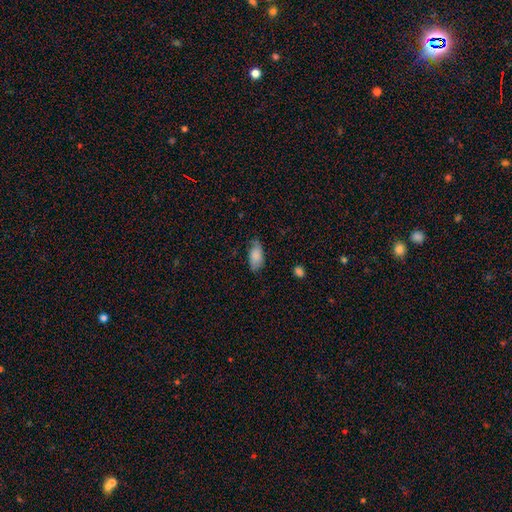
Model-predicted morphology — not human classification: type=smooth (82%); roundness=in between (91%); merging=none (62%).